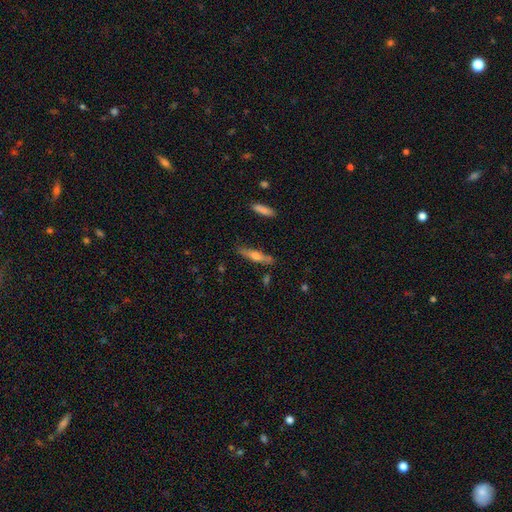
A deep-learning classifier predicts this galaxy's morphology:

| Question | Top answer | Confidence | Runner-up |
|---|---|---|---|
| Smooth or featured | featured or disk | 52% | smooth (41%) |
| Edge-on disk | yes | 94% | no (6%) |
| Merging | none | 85% | minor disturbance (10%) |